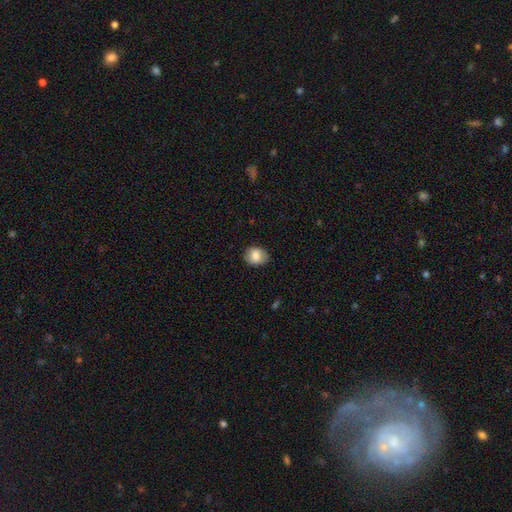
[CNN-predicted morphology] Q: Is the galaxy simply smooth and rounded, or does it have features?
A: smooth — 82%.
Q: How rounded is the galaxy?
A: round — 53%.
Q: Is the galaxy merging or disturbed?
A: none — 85%.